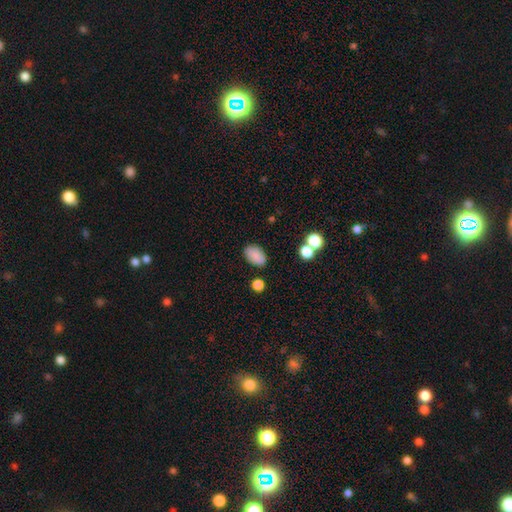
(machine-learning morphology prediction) Smooth or featured? Predicted: smooth (p=0.85). How rounded? Predicted: in between (p=0.90). Merging? Predicted: none (p=0.82).